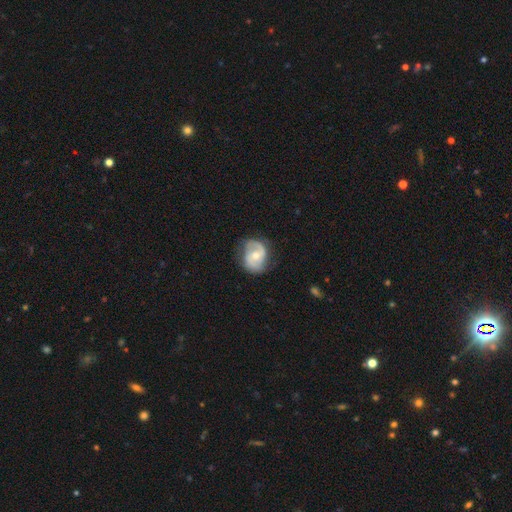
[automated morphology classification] This appears to be a featured or disk galaxy (73%) with no bar (54%), 2 (82%) medium (45%) spiral arms (88%) and a moderate central bulge (60%). Merging: none (71%).